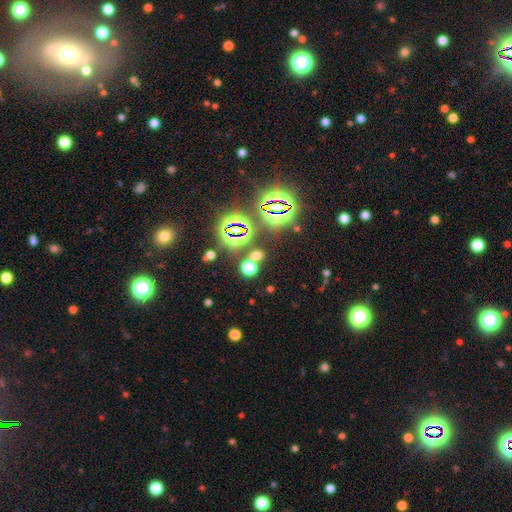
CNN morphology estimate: This is possibly a star or artifact rather than a galaxy (51%).